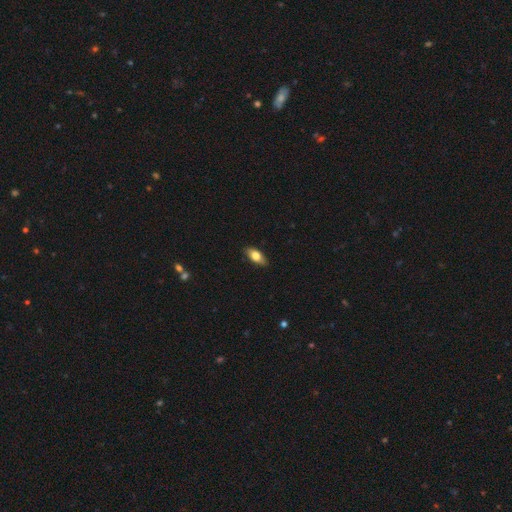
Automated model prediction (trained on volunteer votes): Smooth or featured?
  - smooth: 72% *
  - featured or disk: 21%
  - star or artifact: 7%
How rounded?
  - in between: 84% *
  - cigar-shaped: 11%
  - round: 4%
Merging?
  - none: 85% *
  - minor disturbance: 12%
  - major disturbance: 2%
  - merger: 1%